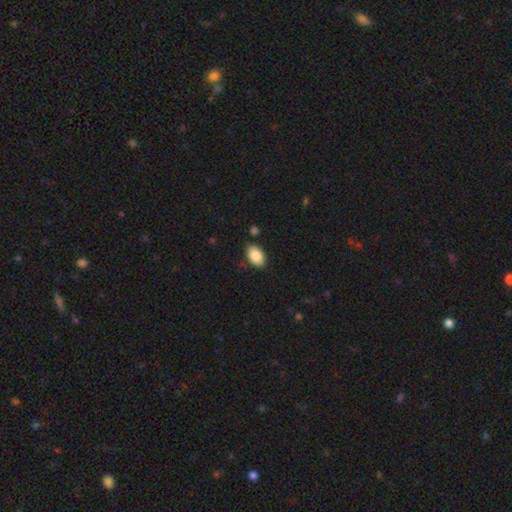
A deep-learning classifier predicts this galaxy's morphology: type=smooth (87%); roundness=in between (92%); merging=none (83%).